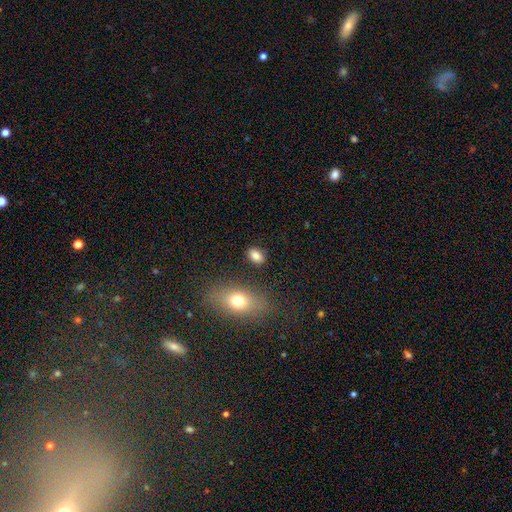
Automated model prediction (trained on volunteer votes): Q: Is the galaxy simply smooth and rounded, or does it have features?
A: smooth — 83%.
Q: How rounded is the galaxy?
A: in between — 78%.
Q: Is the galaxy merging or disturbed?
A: none — 83%.